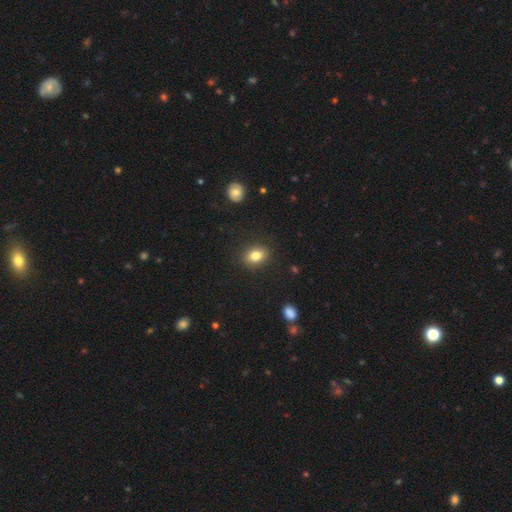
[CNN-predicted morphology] smooth-or-featured: smooth: 82% | star or artifact: 10% | featured or disk: 9%
  how-rounded: in between: 63% | round: 36% | cigar-shaped: 1%
  merging: none: 88% | minor disturbance: 9% | major disturbance: 3% | merger: 1%